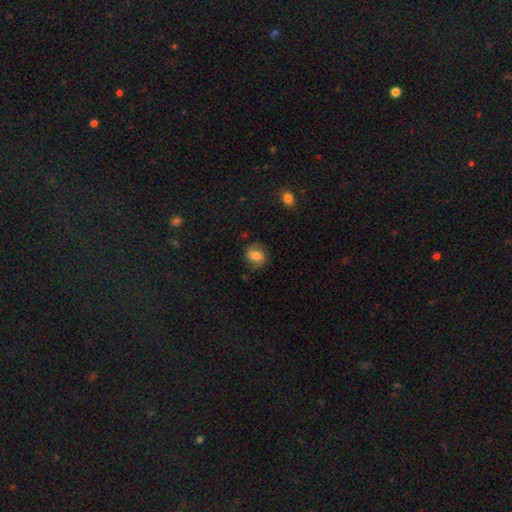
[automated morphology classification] Smooth or featured: smooth — 61% (featured or disk — 29%)
How rounded: round — 57% (in between — 42%)
Merging: none — 74% (minor disturbance — 18%)